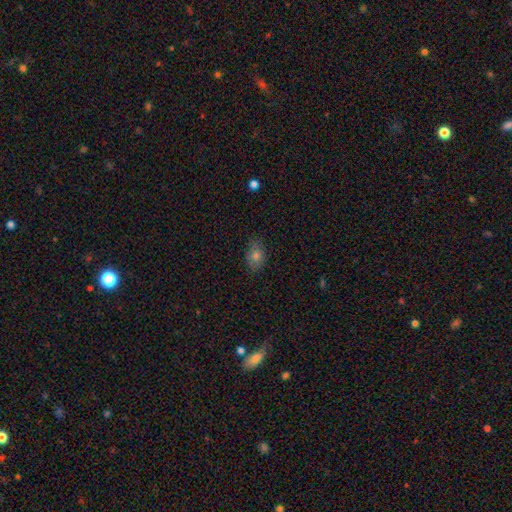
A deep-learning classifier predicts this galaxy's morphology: Smooth or featured? smooth (72%)
How rounded? in between (72%)
Merging? none (80%)